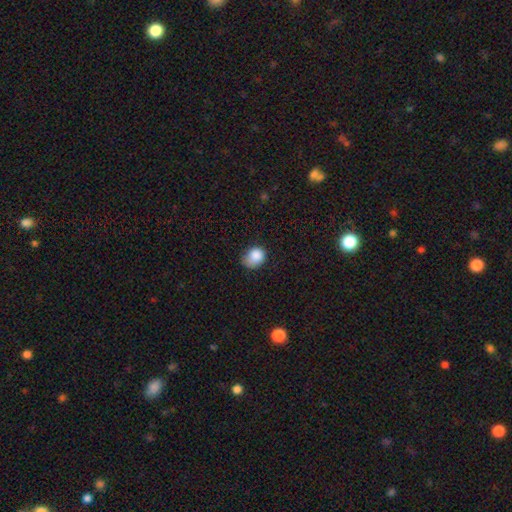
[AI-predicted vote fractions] The model was most divided on "how rounded": in between: 50%, round: 49%, cigar-shaped: 1%. Remaining: smooth or featured — smooth (86%); merging — none (45%).